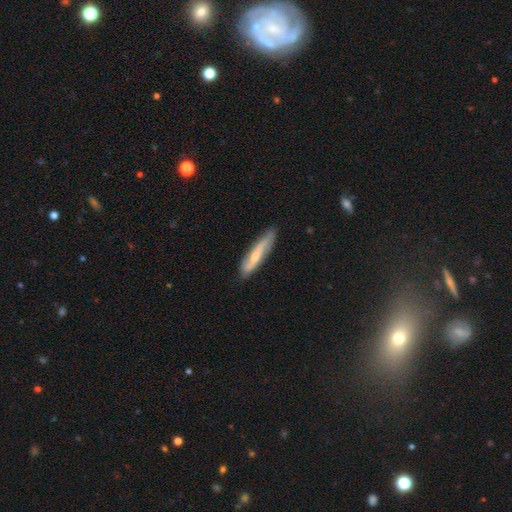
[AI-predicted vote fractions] A featured or disk galaxy (49%).

Vote fractions:
- Smooth or featured? featured or disk: 49% / smooth: 45% / star or artifact: 6%
- Merging? none: 82% / minor disturbance: 15% / major disturbance: 2% / merger: 1%